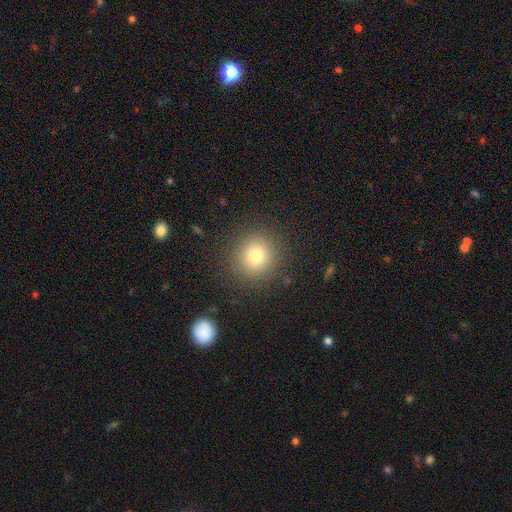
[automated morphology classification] This is likely a smooth galaxy (76%). How rounded: clearly round (92%). Merging: clearly none (89%).